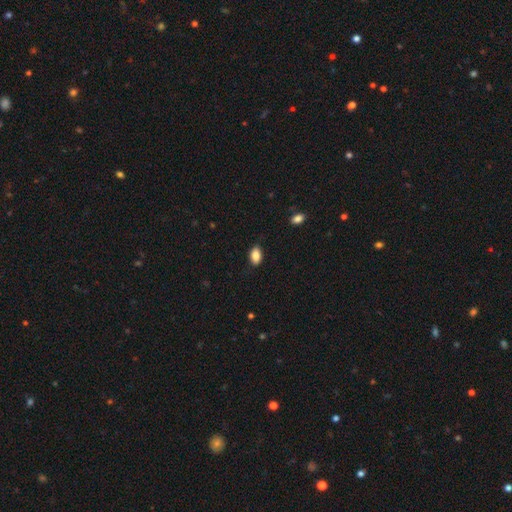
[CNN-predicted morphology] A smooth galaxy with no disk features (86%) that is in between round and cigar-shaped (88%).

Vote fractions:
- Smooth or featured? smooth: 86% / star or artifact: 8% / featured or disk: 6%
- How rounded? in between: 88% / round: 10% / cigar-shaped: 2%
- Merging? none: 85% / minor disturbance: 12% / major disturbance: 2% / merger: 1%